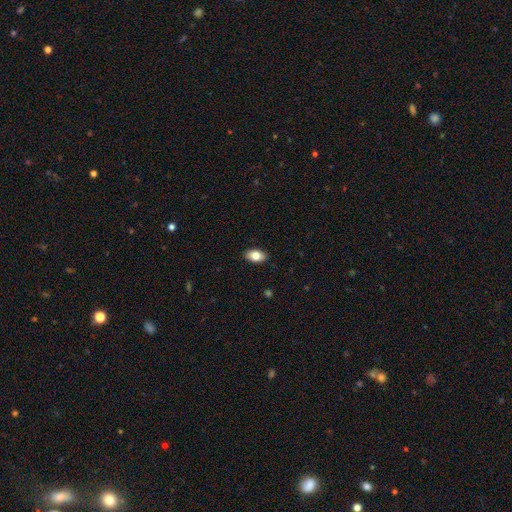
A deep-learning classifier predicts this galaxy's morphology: Smooth or featured?
  - smooth: 81% *
  - featured or disk: 12%
  - star or artifact: 7%
How rounded?
  - in between: 91% *
  - round: 7%
  - cigar-shaped: 2%
Merging?
  - none: 90% *
  - minor disturbance: 8%
  - major disturbance: 2%
  - merger: 1%